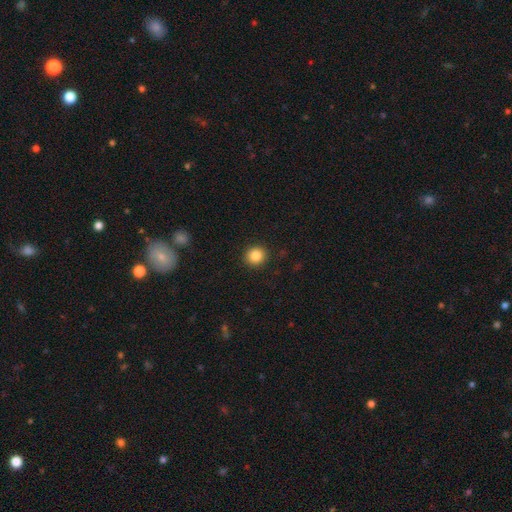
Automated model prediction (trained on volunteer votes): smooth 86%, star or artifact 10%, featured or disk 4%. Down the decision tree: how rounded — round (91%); merging — none (92%).